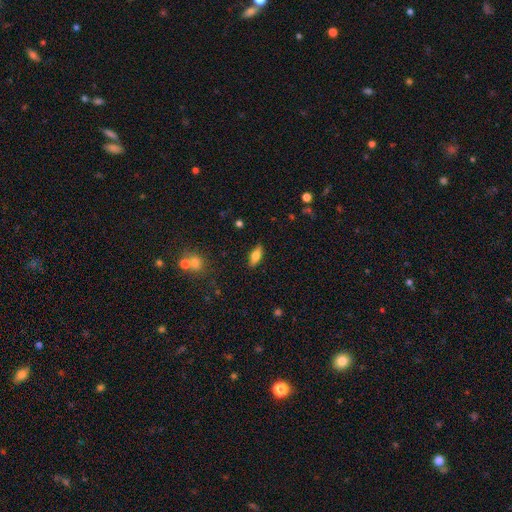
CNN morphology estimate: Smooth or featured: smooth — 68% (featured or disk — 24%)
How rounded: in between — 74% (cigar-shaped — 23%)
Merging: none — 87% (minor disturbance — 9%)